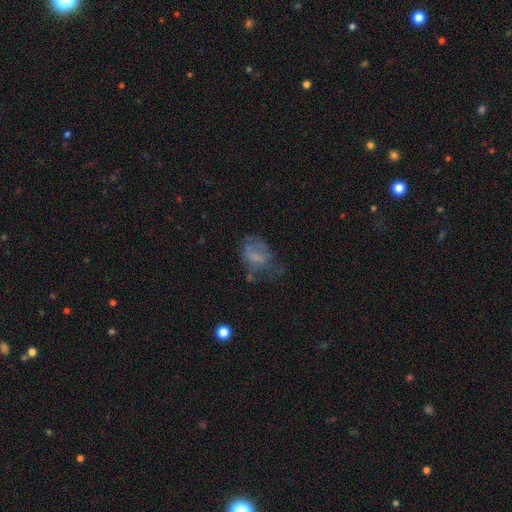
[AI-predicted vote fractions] Smooth or featured? smooth (49%)
Merging? none (35%)